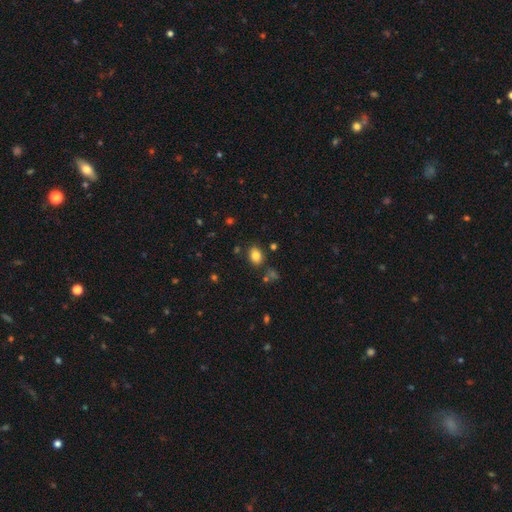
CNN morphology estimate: Smooth or featured: smooth — 82% (star or artifact — 11%)
How rounded: in between — 67% (round — 31%)
Merging: none — 80% (minor disturbance — 12%)